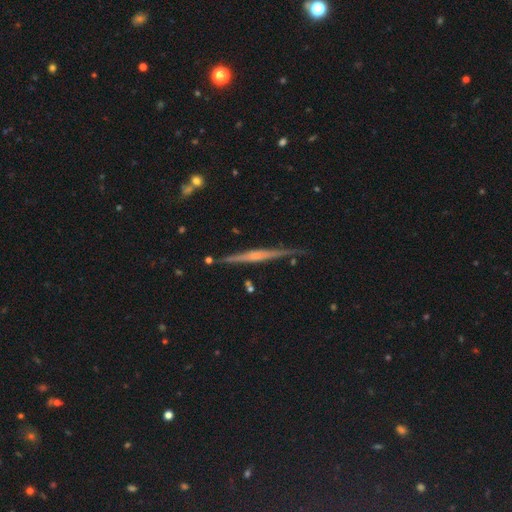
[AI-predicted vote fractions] Q: Smooth or featured?
A: featured or disk (75%); runner-up: smooth (18%)
Q: Edge-on disk?
A: yes (98%); runner-up: no (2%)
Q: Edge-on bulge?
A: rounded (50%); runner-up: none (32%)
Q: Merging?
A: none (84%); runner-up: minor disturbance (11%)